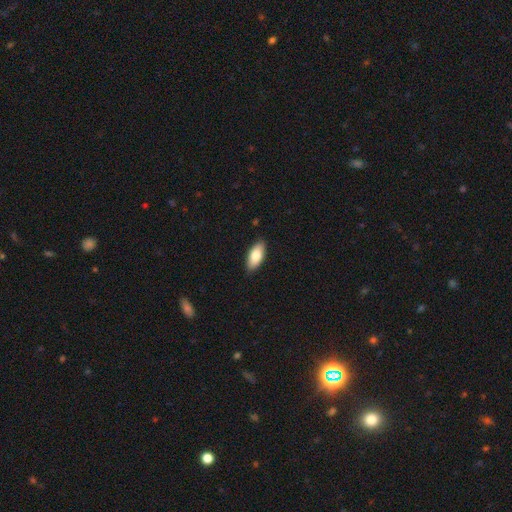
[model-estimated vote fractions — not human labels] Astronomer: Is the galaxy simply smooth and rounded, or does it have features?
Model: smooth — 81%.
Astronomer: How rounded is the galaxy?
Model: in between — 87%.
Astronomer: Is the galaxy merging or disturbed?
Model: none — 86%.